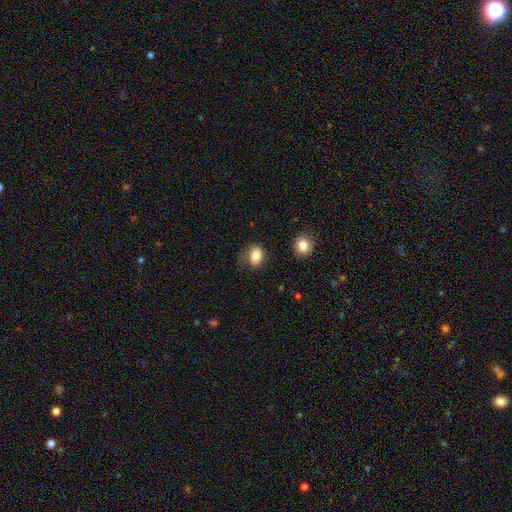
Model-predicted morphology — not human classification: Smooth or featured? Predicted: smooth (p=0.82). How rounded? Predicted: in between (p=0.63). Merging? Predicted: none (p=0.53).